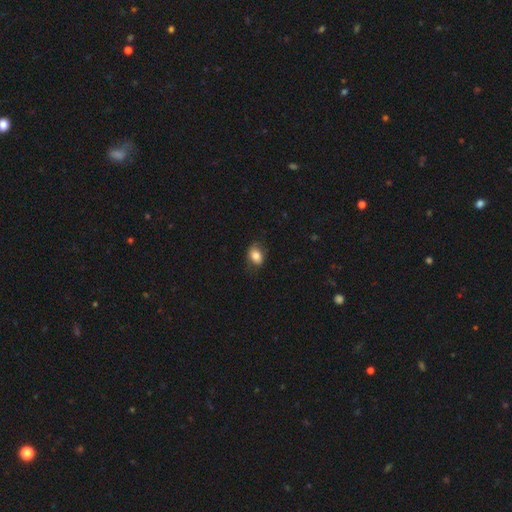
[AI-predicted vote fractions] Q: Smooth or featured?
A: smooth (79%); runner-up: featured or disk (12%)
Q: How rounded?
A: in between (72%); runner-up: round (27%)
Q: Merging?
A: none (74%); runner-up: minor disturbance (20%)